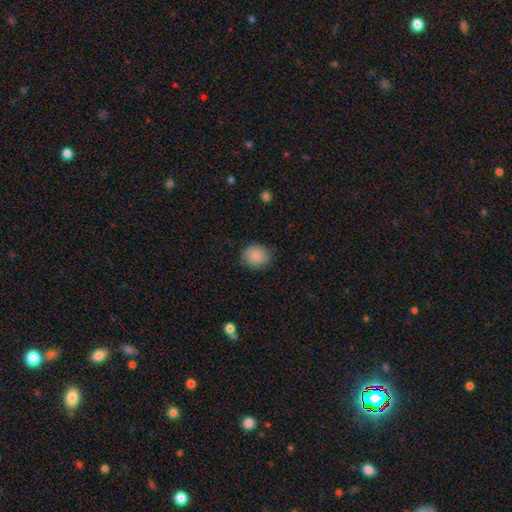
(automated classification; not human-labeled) Smooth or featured? Predicted: smooth (p=0.86). How rounded? Predicted: round (p=0.72). Merging? Predicted: none (p=0.82).